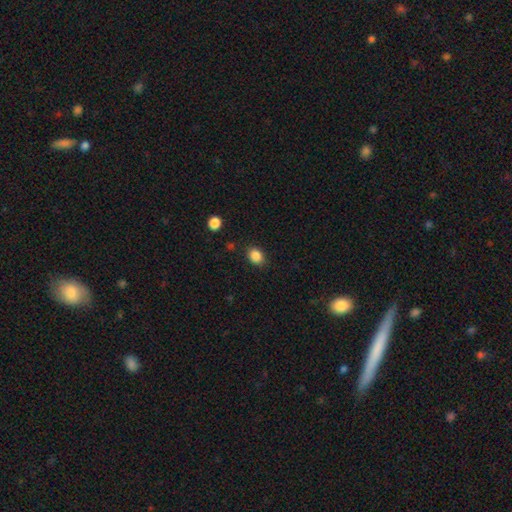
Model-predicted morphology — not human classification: smooth-or-featured: smooth: 87% | star or artifact: 10% | featured or disk: 4%
  how-rounded: in between: 54% | round: 45% | cigar-shaped: 1%
  merging: none: 84% | minor disturbance: 11% | major disturbance: 3% | merger: 2%